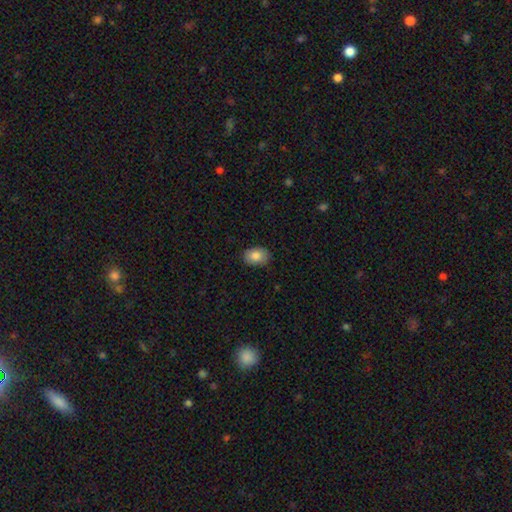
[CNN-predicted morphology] Smooth or featured? smooth (84%)
How rounded? in between (79%)
Merging? none (84%)